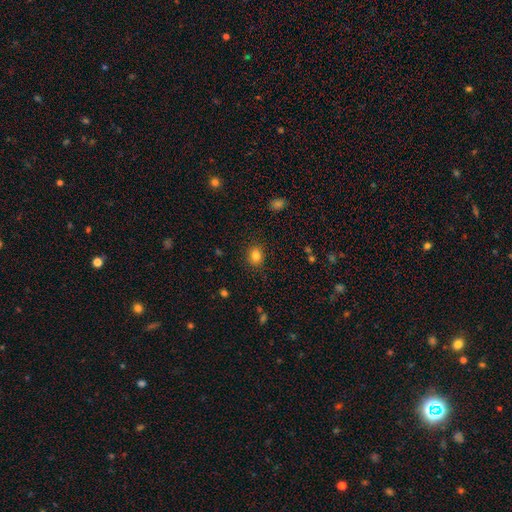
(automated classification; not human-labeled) A smooth galaxy with no disk features (84%) that is round (62%).

Vote fractions:
- Smooth or featured? smooth: 84% / star or artifact: 11% / featured or disk: 5%
- How rounded? round: 62% / in between: 37% / cigar-shaped: 1%
- Merging? none: 88% / minor disturbance: 8% / major disturbance: 3% / merger: 1%